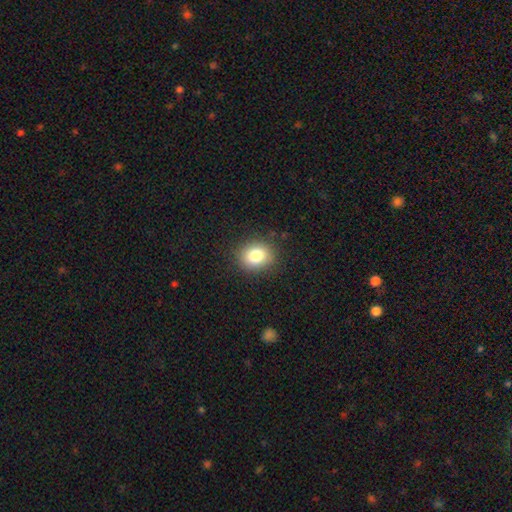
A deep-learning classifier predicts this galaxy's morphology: Smooth or featured?
  - smooth: 82% *
  - star or artifact: 10%
  - featured or disk: 8%
How rounded?
  - round: 61% *
  - in between: 38%
  - cigar-shaped: 1%
Merging?
  - none: 87% *
  - minor disturbance: 9%
  - major disturbance: 3%
  - merger: 1%